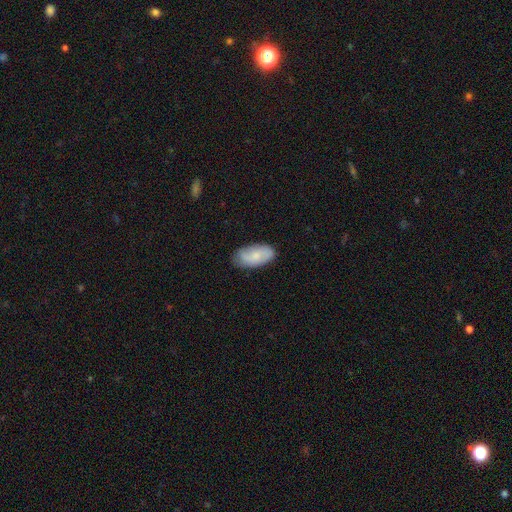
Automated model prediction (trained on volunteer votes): The model was most divided on "smooth or featured": smooth: 69%, featured or disk: 25%, star or artifact: 7%. More confident: how rounded — in between (93%); merging — none (77%).